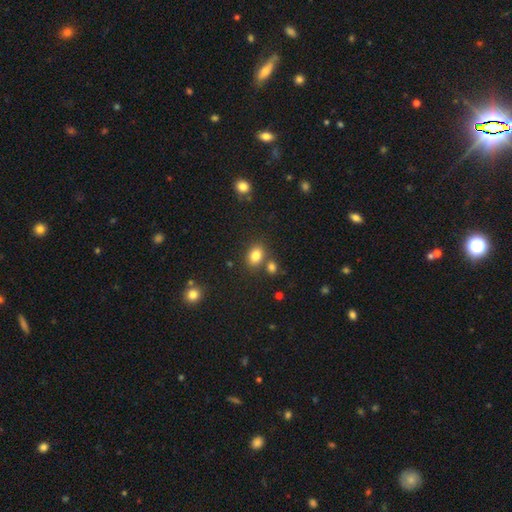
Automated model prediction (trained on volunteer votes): A smooth galaxy with no disk features (82%) that is in between round and cigar-shaped (74%). Merging: none (71%).